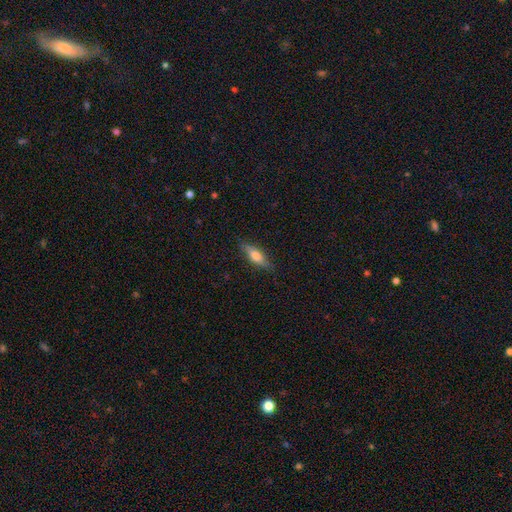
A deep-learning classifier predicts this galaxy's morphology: Q: Smooth or featured?
A: smooth (67%); runner-up: featured or disk (26%)
Q: How rounded?
A: in between (52%); runner-up: cigar-shaped (46%)
Q: Merging?
A: none (83%); runner-up: minor disturbance (13%)